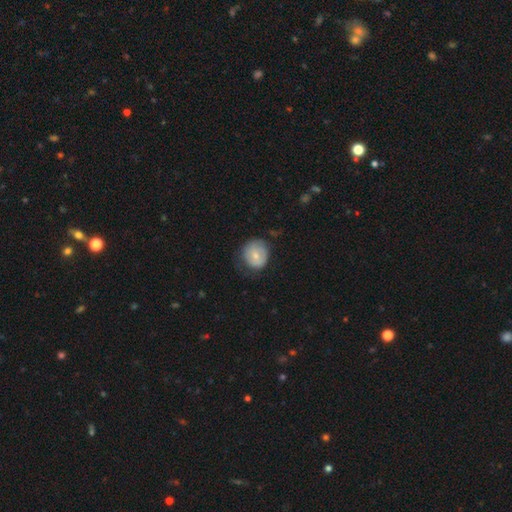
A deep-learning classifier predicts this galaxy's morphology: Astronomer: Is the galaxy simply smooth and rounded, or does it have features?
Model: smooth — 66%.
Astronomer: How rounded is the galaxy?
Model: round — 79%.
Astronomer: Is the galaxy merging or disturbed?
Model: none — 60%.